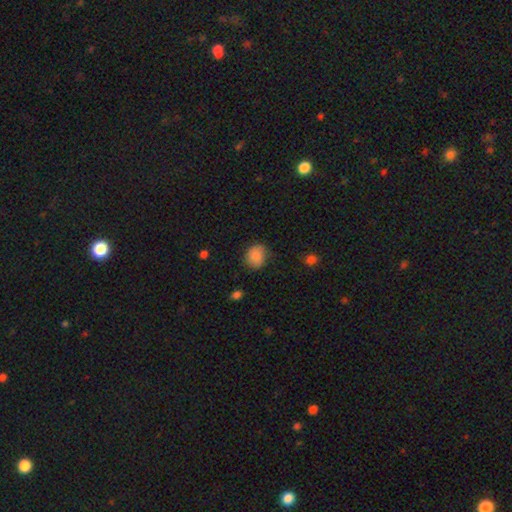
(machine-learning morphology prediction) Smooth or featured? Predicted: smooth (p=0.85). How rounded? Predicted: round (p=0.68). Merging? Predicted: none (p=0.75).